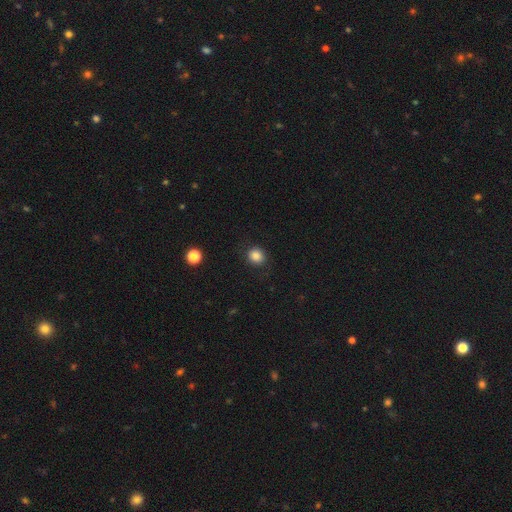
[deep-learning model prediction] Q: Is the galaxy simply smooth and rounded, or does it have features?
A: smooth — 85%.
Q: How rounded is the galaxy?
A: round — 79%.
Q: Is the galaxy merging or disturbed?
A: none — 86%.